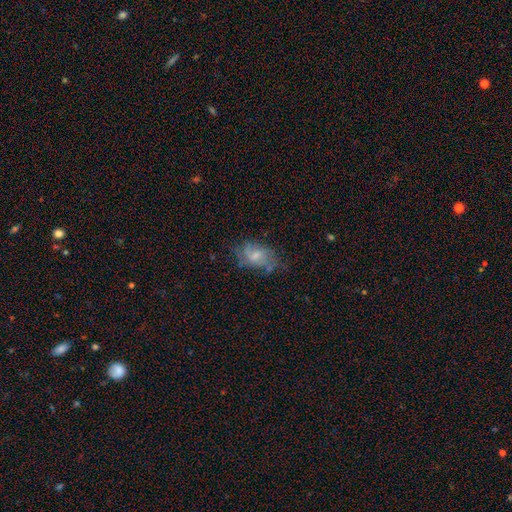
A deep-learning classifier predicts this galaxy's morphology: The model was most divided on "smooth or featured": featured or disk: 50%, smooth: 40%, star or artifact: 9%. More confident: edge-on disk — no (96%); merging — none (53%).